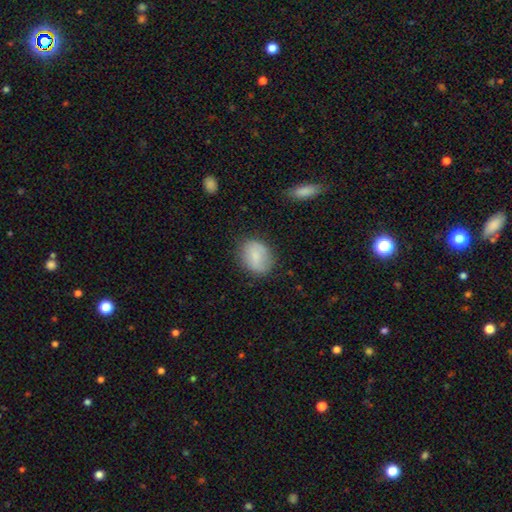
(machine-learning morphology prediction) This appears to be a smooth galaxy with no disk features (76%) that is in between round and cigar-shaped (58%). Merging: none (75%).